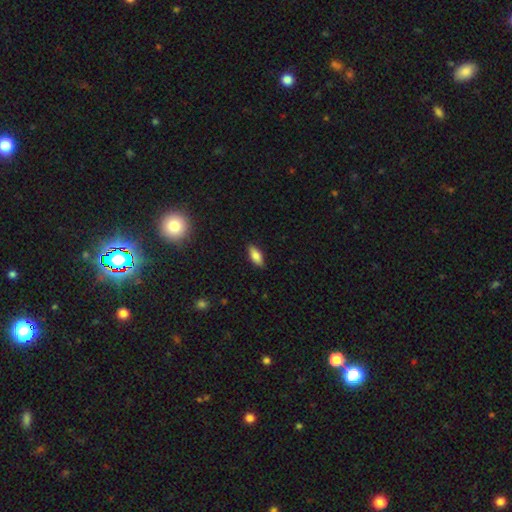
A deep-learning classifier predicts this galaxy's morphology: A smooth galaxy with no disk features (81%) that is in between round and cigar-shaped (82%).

Vote fractions:
- Smooth or featured? smooth: 81% / featured or disk: 12% / star or artifact: 7%
- How rounded? in between: 82% / cigar-shaped: 15% / round: 2%
- Merging? none: 87% / minor disturbance: 10% / major disturbance: 2% / merger: 1%